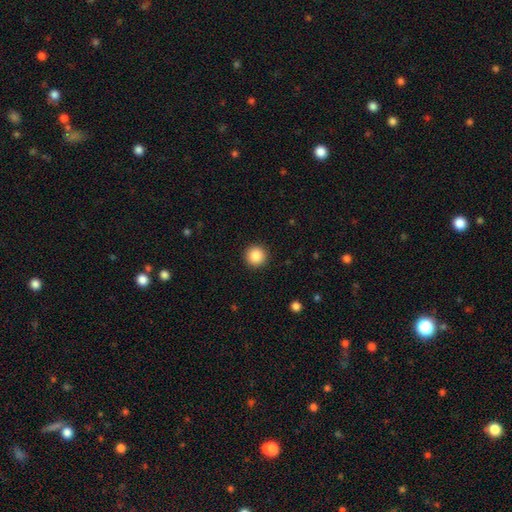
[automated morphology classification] A smooth galaxy with no disk features (87%) that is round (96%). Merging: none (93%).